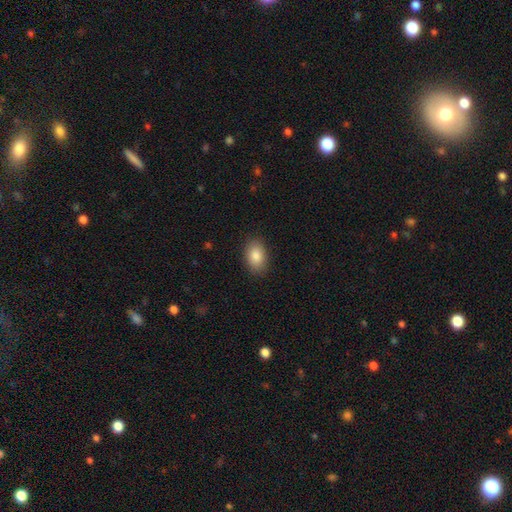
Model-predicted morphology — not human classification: smooth-or-featured: smooth: 86% | star or artifact: 8% | featured or disk: 6%
  how-rounded: in between: 85% | round: 13% | cigar-shaped: 1%
  merging: none: 88% | minor disturbance: 9% | major disturbance: 2% | merger: 1%